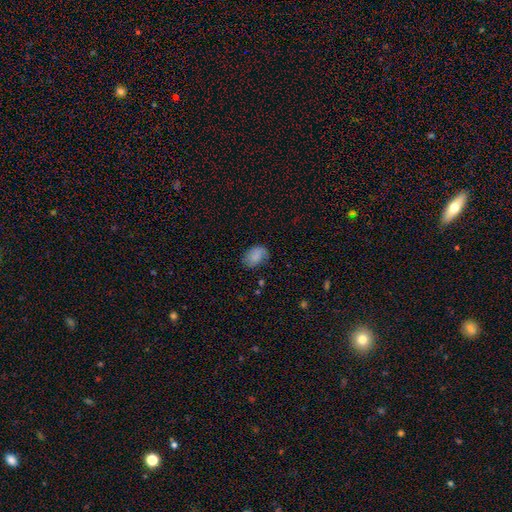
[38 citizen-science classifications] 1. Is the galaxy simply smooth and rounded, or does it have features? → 74% smooth, 16% featured or disk, 11% star or artifact.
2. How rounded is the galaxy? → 82% in between, 18% round, 0% cigar-shaped.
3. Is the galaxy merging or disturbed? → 59% none, 32% minor disturbance, 9% major disturbance, 0% merger.